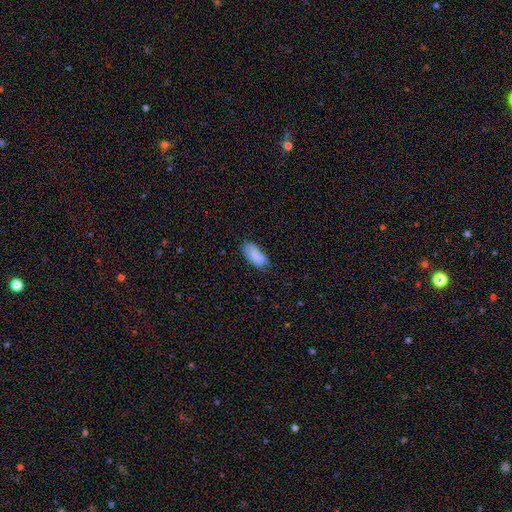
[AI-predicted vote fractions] Morphology: type=smooth (82%); roundness=in between (90%); merging=none (68%).